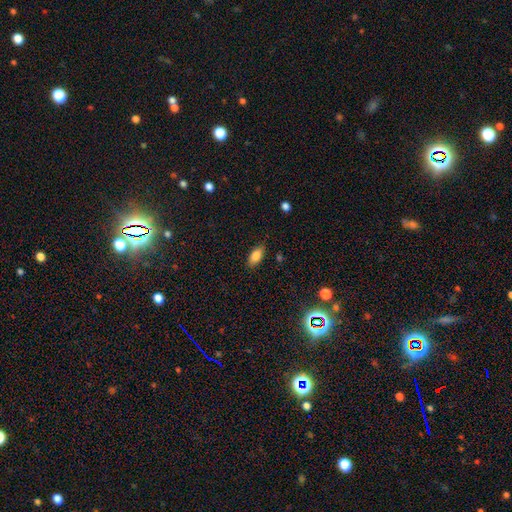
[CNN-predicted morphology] This appears to be a smooth galaxy with no disk features (83%) that is in between round and cigar-shaped (88%). Merging: none (84%).